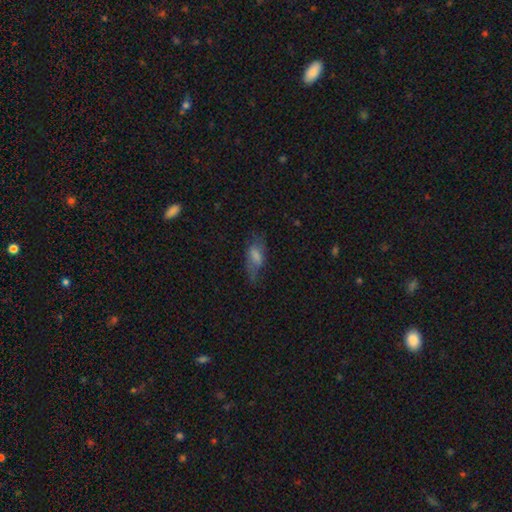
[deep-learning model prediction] A smooth galaxy with no disk features (53%) that is in between round and cigar-shaped (74%).

Vote fractions:
- Smooth or featured? smooth: 53% / featured or disk: 36% / star or artifact: 11%
- How rounded? in between: 74% / cigar-shaped: 21% / round: 5%
- Merging? none: 52% / minor disturbance: 25% / major disturbance: 20% / merger: 2%